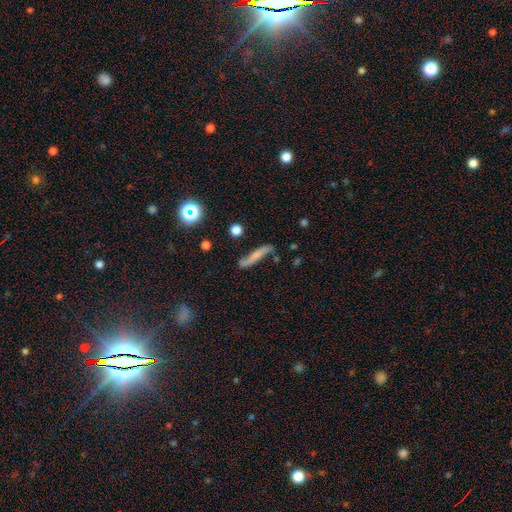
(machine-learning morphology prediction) featured or disk 47%, smooth 42%, star or artifact 10%. Down the decision tree: merging — none (67%).